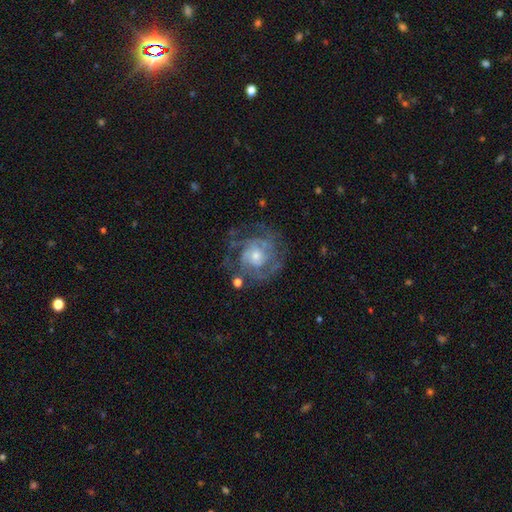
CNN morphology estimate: Overall: featured or disk (83%). Edge-on disk: no (98%). Bar: no (69%). Spiral arms: yes (90%). Spiral arm count: can't tell (34%; 3 23%). Spiral winding: tight (59%; medium 33%). Bulge size: moderate (48%; small 44%). Merging: none (68%).